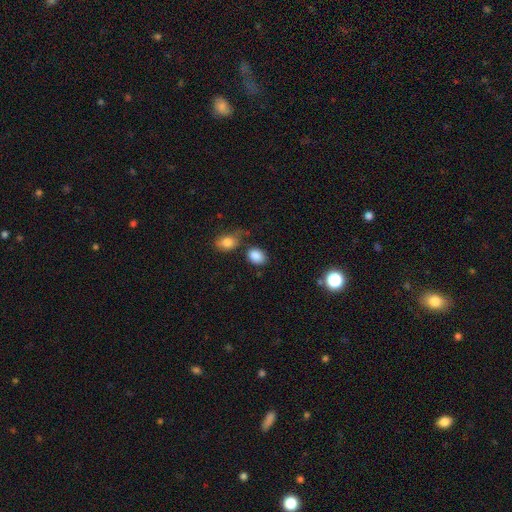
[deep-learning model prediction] The model was most divided on "how rounded": in between: 69%, round: 30%, cigar-shaped: 1%. More confident: smooth or featured — smooth (86%); merging — none (69%).